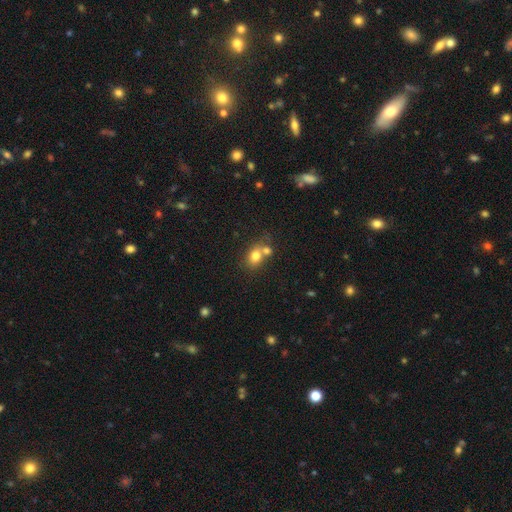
smooth_or_featured: smooth (p=0.79) [alt: featured or disk p=0.13]
how_rounded: round (p=0.55) [alt: in between p=0.45]
merging: merger (p=0.61) [alt: none p=0.22]